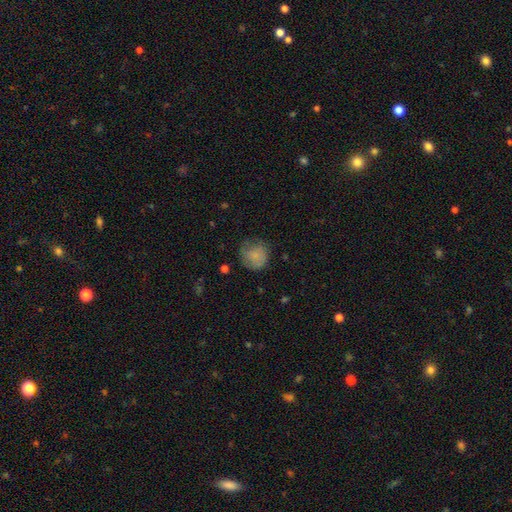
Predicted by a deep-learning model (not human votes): smooth 79%, featured or disk 13%, star or artifact 8%. Down the decision tree: how rounded — round (87%); merging — none (65%).